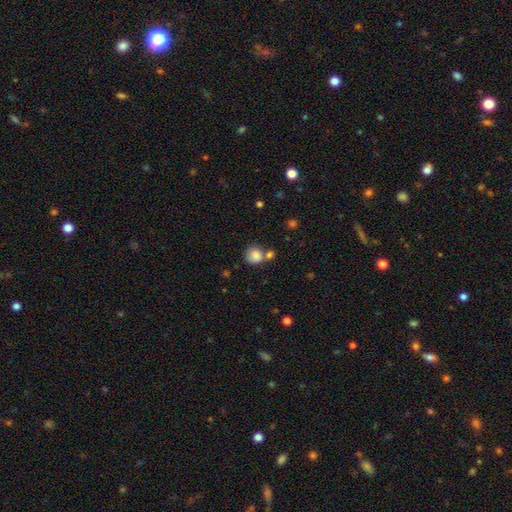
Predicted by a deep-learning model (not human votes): Smooth or featured? Predicted: smooth (p=0.84). How rounded? Predicted: round (p=0.83). Merging? Predicted: none (p=0.53).